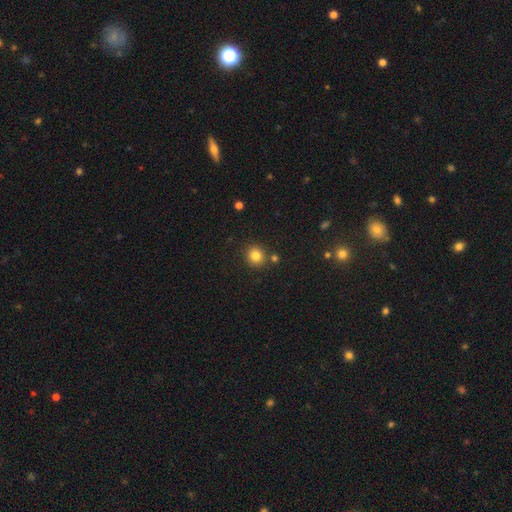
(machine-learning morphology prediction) The model was most divided on "smooth or featured": smooth: 82%, star or artifact: 12%, featured or disk: 6%. More confident: how rounded — round (86%); merging — none (83%).